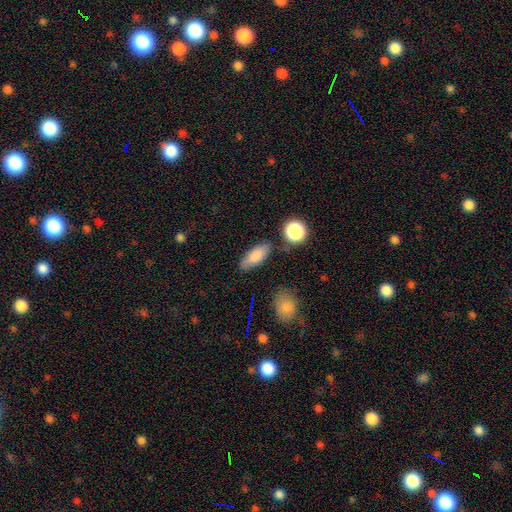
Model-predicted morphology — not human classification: This is clearly a smooth galaxy (82%). How rounded: likely in between (78%). Merging: likely none (78%).